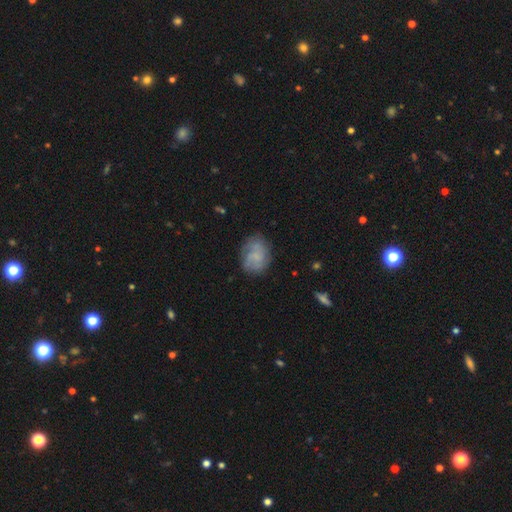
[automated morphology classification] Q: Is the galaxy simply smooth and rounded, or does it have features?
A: smooth — 52%.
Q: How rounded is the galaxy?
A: in between — 55%.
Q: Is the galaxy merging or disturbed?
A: none — 67%.